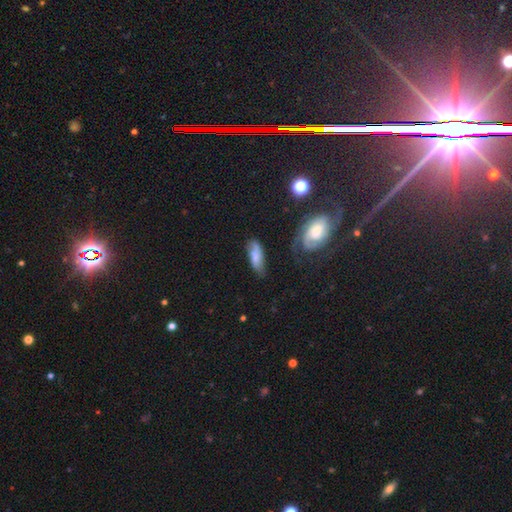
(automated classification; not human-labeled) Smooth or featured?
  - smooth: 60% *
  - featured or disk: 32%
  - star or artifact: 9%
How rounded?
  - in between: 67% *
  - cigar-shaped: 31%
  - round: 3%
Merging?
  - none: 55% *
  - minor disturbance: 29%
  - major disturbance: 11%
  - merger: 6%